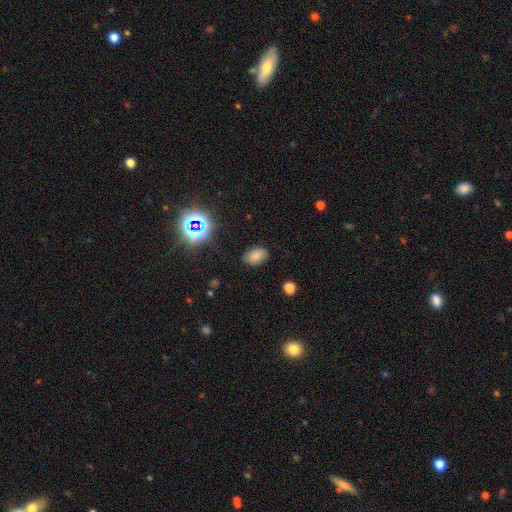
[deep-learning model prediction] Overall: smooth (75%). How rounded: in between (86%). Merging: none (84%).